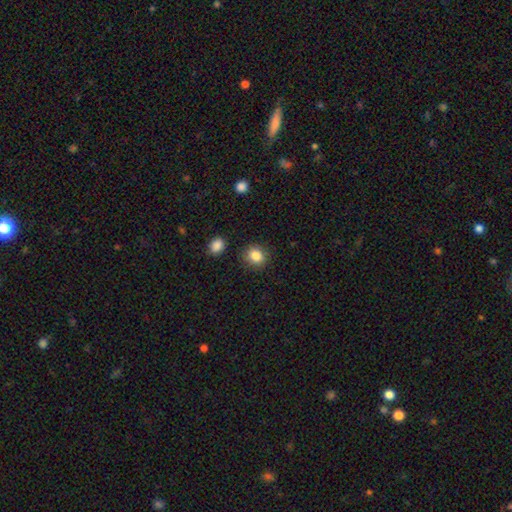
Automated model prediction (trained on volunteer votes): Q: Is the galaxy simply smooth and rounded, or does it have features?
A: smooth — 86%.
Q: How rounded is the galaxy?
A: round — 69%.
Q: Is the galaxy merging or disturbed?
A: none — 84%.